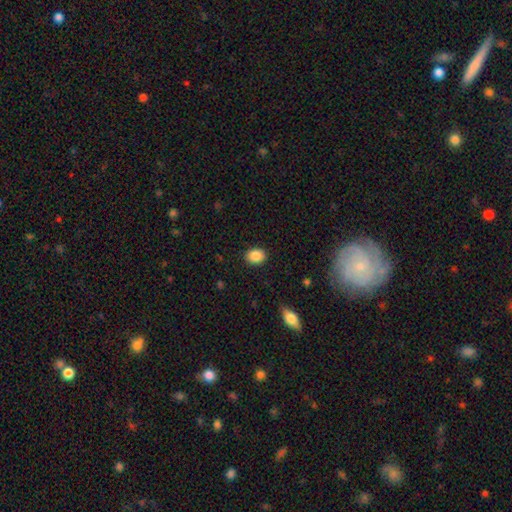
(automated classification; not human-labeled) smooth 88%, star or artifact 8%, featured or disk 4%. Down the decision tree: how rounded — in between (61%); merging — none (89%).